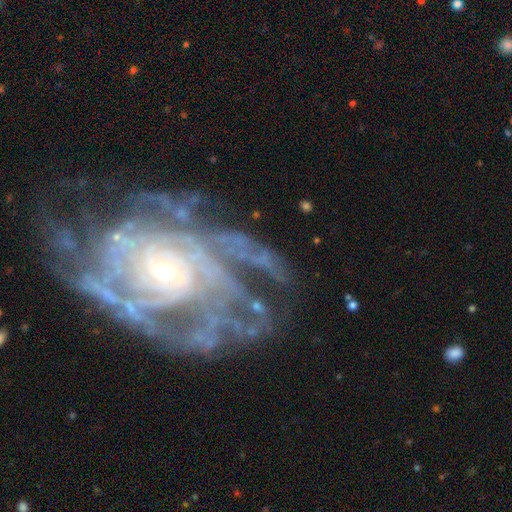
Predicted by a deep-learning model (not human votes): The model was most divided on "spiral arm count": can't tell: 36%, more than 4: 18%, 4: 15%, 2: 12%, 3: 12%, 1: 7%. More confident: edge-on disk — no (97%); spiral arms — yes (92%); smooth or featured — featured or disk (87%); bulge size — small (74%); spiral winding — tight (67%); bar — no (65%); merging — none (55%).